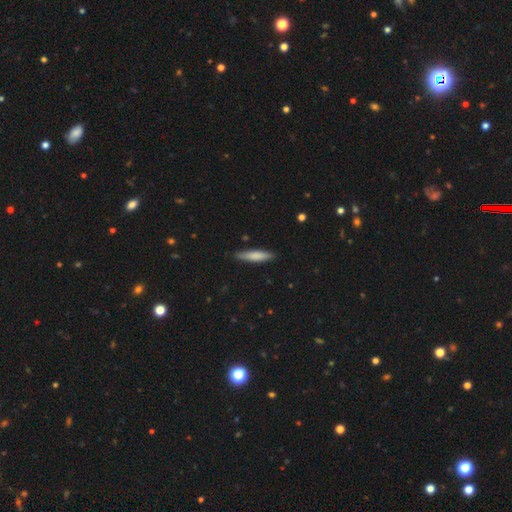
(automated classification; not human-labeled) The model was most divided on "smooth or featured": smooth: 76%, featured or disk: 19%, star or artifact: 5%. More confident: merging — none (86%); how rounded — cigar-shaped (85%).